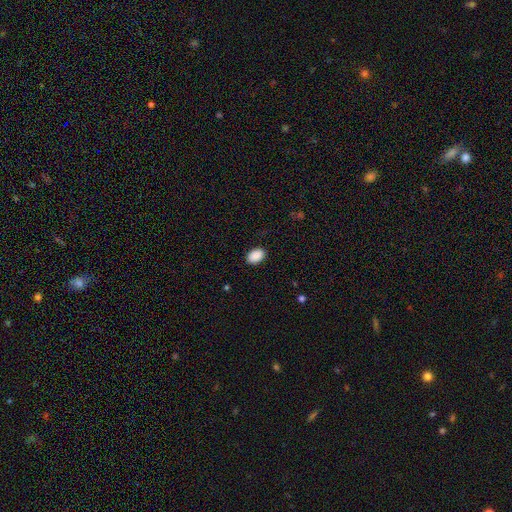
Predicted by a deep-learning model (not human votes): This appears to be a smooth galaxy with no disk features (91%) that is in between round and cigar-shaped (85%). Merging: none (89%).